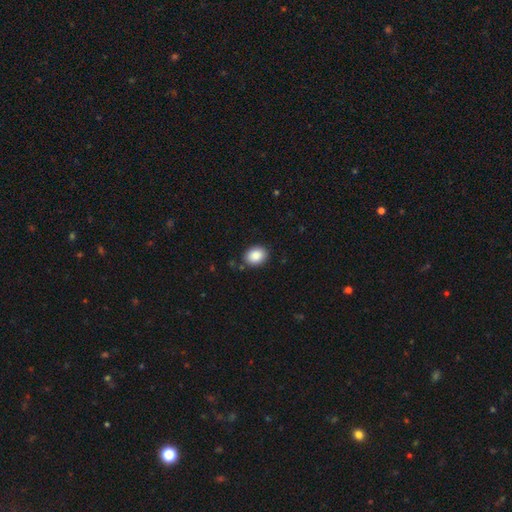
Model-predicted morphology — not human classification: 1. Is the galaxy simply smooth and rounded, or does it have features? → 88% smooth, 8% star or artifact, 4% featured or disk.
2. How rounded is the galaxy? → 55% in between, 45% round, 1% cigar-shaped.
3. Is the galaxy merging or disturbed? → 87% none, 9% minor disturbance, 2% major disturbance, 2% merger.